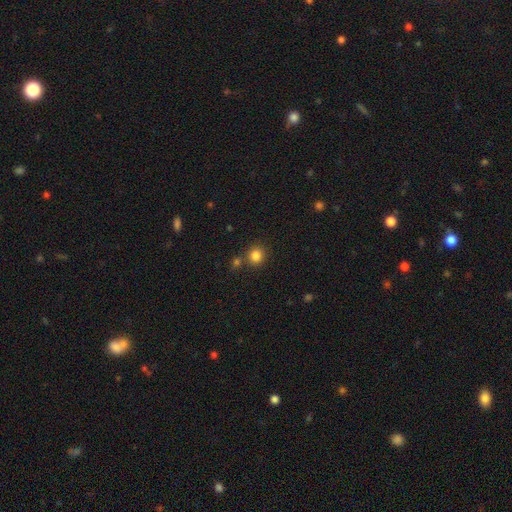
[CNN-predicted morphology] This is clearly a smooth galaxy (83%). How rounded: clearly round (86%). Merging: likely none (75%).